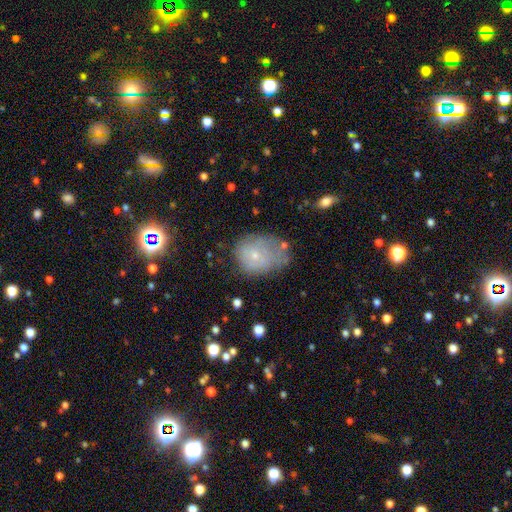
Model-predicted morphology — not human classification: type=smooth (59%); roundness=in between (58%); merging=none (38%).